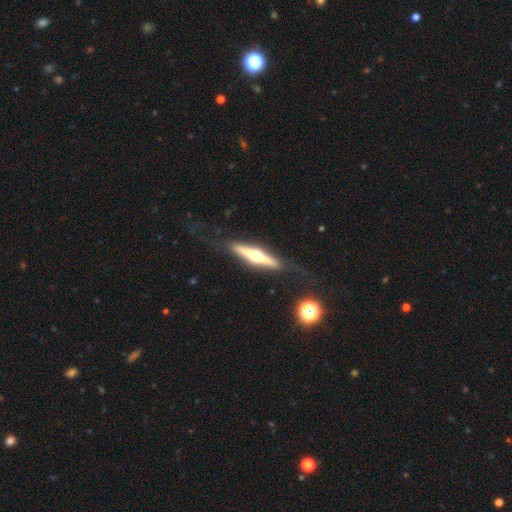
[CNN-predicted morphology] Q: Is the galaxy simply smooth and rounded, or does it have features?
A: featured or disk — 74%.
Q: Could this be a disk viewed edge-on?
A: yes — 96%.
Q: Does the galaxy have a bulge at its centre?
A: rounded — 95%.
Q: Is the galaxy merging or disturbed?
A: none — 78%.